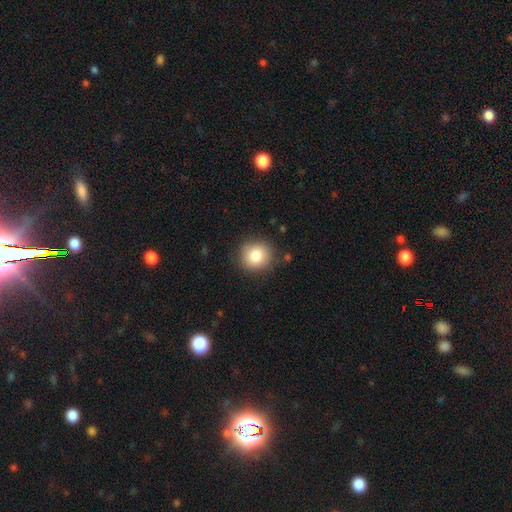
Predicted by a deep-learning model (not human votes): Q: Smooth or featured?
A: smooth (83%); runner-up: star or artifact (9%)
Q: How rounded?
A: round (88%); runner-up: in between (11%)
Q: Merging?
A: none (87%); runner-up: minor disturbance (9%)